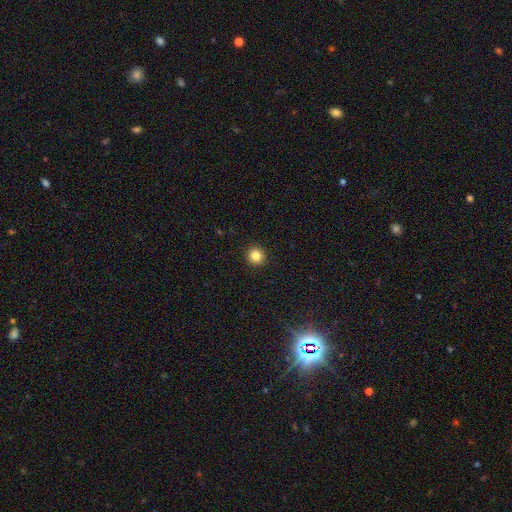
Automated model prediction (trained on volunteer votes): The model was most divided on "smooth or featured": smooth: 83%, star or artifact: 12%, featured or disk: 5%. More confident: how rounded — round (95%); merging — none (93%).